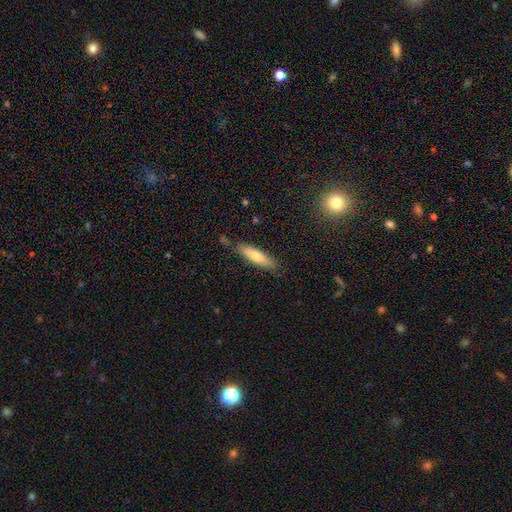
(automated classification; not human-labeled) Smooth or featured? Predicted: smooth (p=0.69). How rounded? Predicted: cigar-shaped (p=0.72). Merging? Predicted: none (p=0.82).